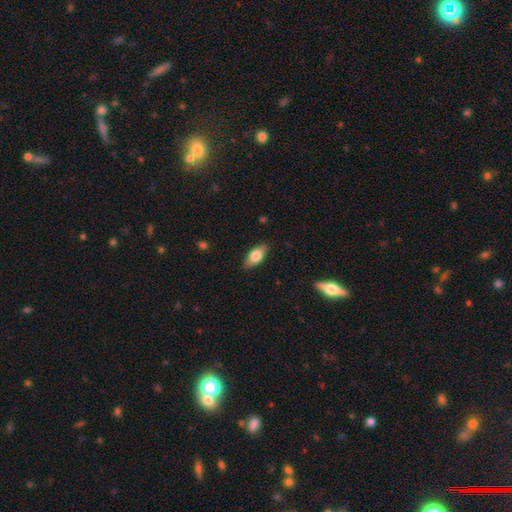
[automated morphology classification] Smooth or featured? Predicted: smooth (p=0.71). How rounded? Predicted: in between (p=0.85). Merging? Predicted: none (p=0.86).